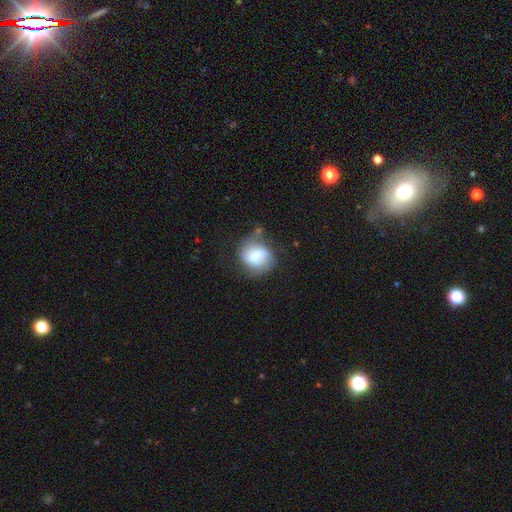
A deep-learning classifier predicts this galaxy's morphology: Q: Smooth or featured?
A: smooth (64%); runner-up: featured or disk (29%)
Q: How rounded?
A: round (77%); runner-up: in between (22%)
Q: Merging?
A: none (56%); runner-up: minor disturbance (27%)